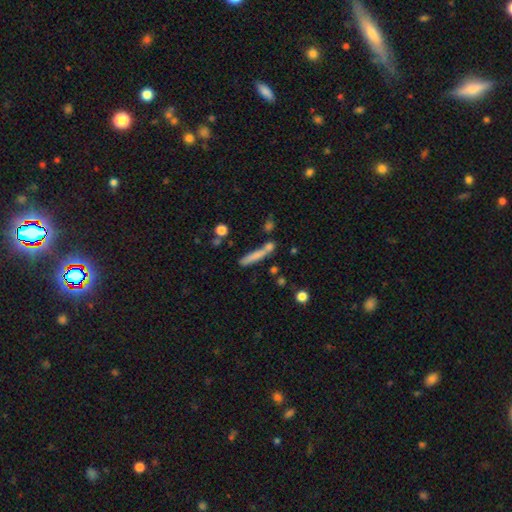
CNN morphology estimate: smooth_or_featured: smooth (p=0.71) [alt: featured or disk p=0.21]
how_rounded: cigar-shaped (p=0.89) [alt: in between p=0.08]
merging: none (p=0.60) [alt: merger p=0.20]